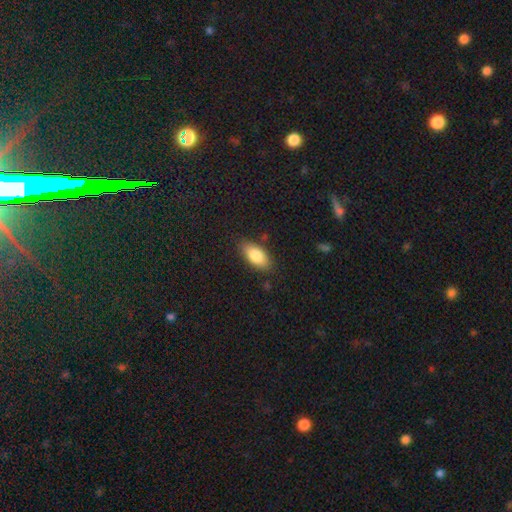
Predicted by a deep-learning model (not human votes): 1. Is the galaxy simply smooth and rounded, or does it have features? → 85% smooth, 9% featured or disk, 6% star or artifact.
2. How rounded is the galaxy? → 91% in between, 7% cigar-shaped, 3% round.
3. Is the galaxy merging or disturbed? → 82% none, 13% minor disturbance, 3% major disturbance, 2% merger.